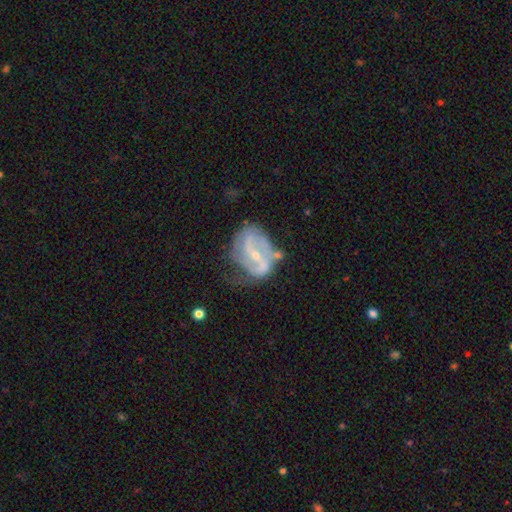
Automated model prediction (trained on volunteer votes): Smooth or featured? featured or disk (79%)
Edge-on disk? no (96%)
Bar? strong (41%)
Spiral arms? yes (81%)
Spiral winding? medium (41%)
Spiral arm count? 2 (69%)
Bulge size? small (66%)
Merging? none (40%)